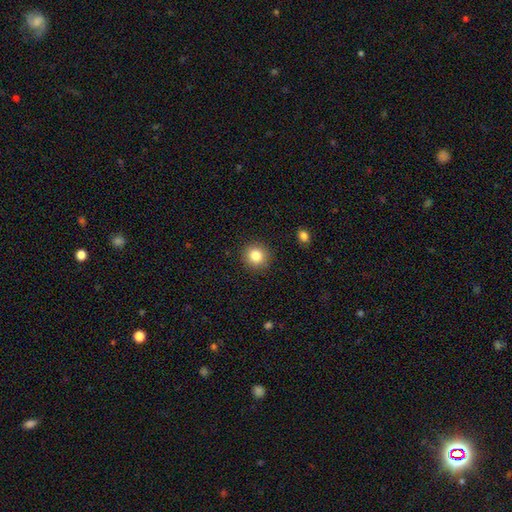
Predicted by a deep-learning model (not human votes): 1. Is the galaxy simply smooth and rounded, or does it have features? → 84% smooth, 10% star or artifact, 6% featured or disk.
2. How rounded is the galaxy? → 91% round, 8% in between, 1% cigar-shaped.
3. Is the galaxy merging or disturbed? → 90% none, 6% minor disturbance, 2% major disturbance, 1% merger.